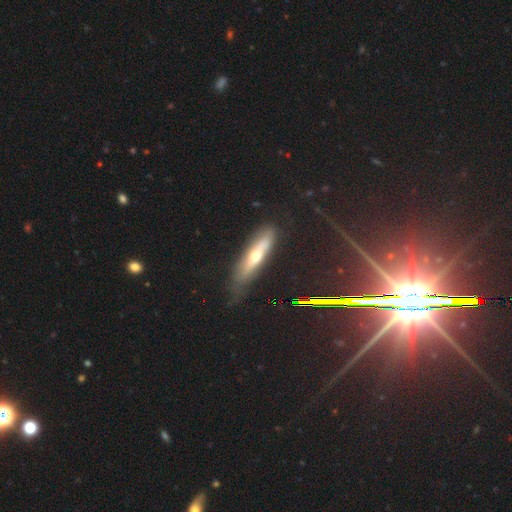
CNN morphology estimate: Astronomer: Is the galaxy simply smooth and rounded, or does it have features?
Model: featured or disk — 52% (runner-up: smooth, 39%).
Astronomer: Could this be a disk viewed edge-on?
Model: yes — 73%.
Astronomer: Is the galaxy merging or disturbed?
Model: none — 73%.